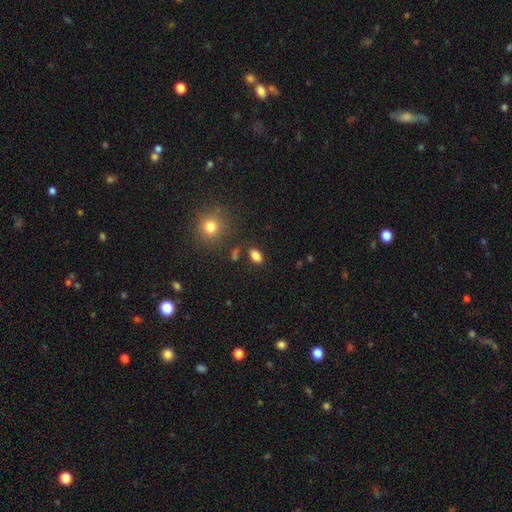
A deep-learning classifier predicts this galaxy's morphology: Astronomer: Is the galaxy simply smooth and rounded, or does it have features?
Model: smooth — 84%.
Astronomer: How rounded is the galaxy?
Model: in between — 86%.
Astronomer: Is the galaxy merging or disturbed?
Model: none — 82%.